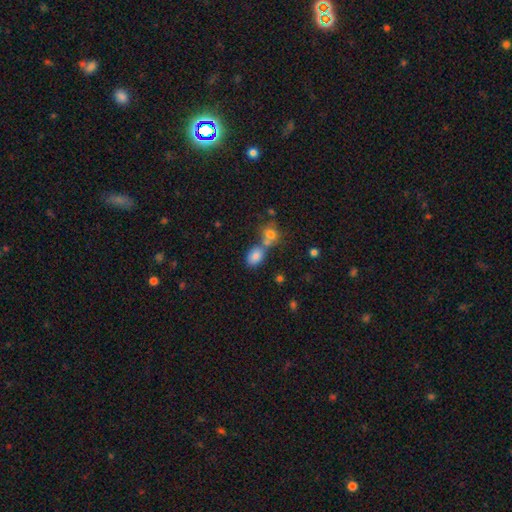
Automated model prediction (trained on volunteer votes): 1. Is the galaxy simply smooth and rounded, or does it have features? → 80% smooth, 11% star or artifact, 9% featured or disk.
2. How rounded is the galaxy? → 78% in between, 20% round, 1% cigar-shaped.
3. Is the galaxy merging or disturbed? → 48% none, 37% merger, 11% minor disturbance, 4% major disturbance.